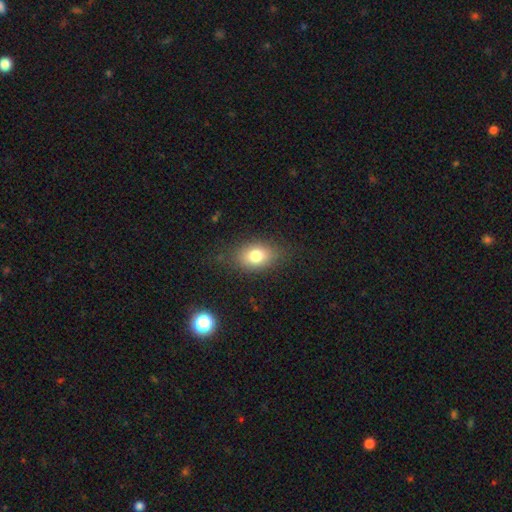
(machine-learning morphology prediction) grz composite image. It shows a smooth galaxy with no disk features (78%) that is in between round and cigar-shaped (80%). Merging: none (79%).